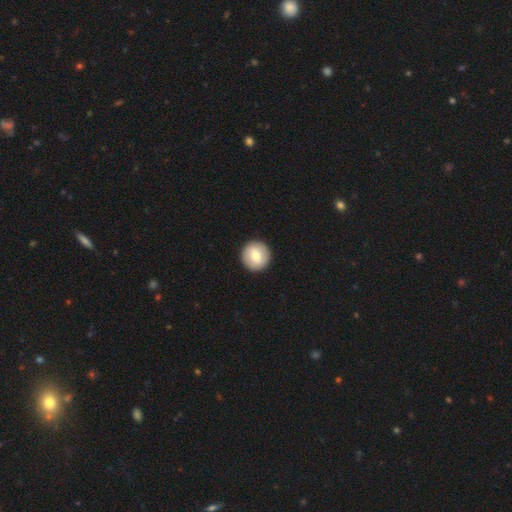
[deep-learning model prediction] Smooth or featured? Predicted: smooth (p=0.69). How rounded? Predicted: round (p=0.96). Merging? Predicted: none (p=0.93).